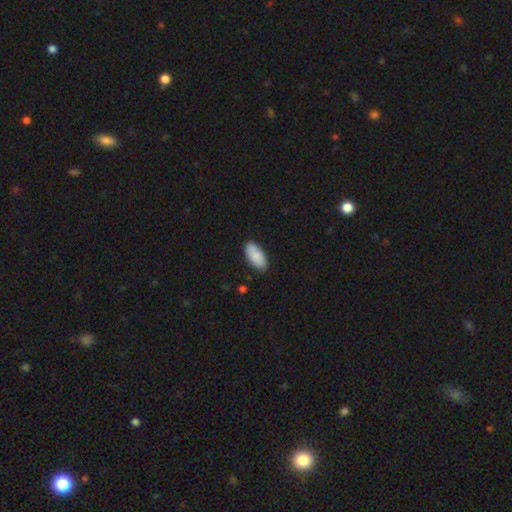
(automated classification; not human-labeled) The model was most divided on "merging": none: 84%, minor disturbance: 13%, major disturbance: 2%, merger: 1%. More confident: how rounded — in between (93%); smooth or featured — smooth (88%).